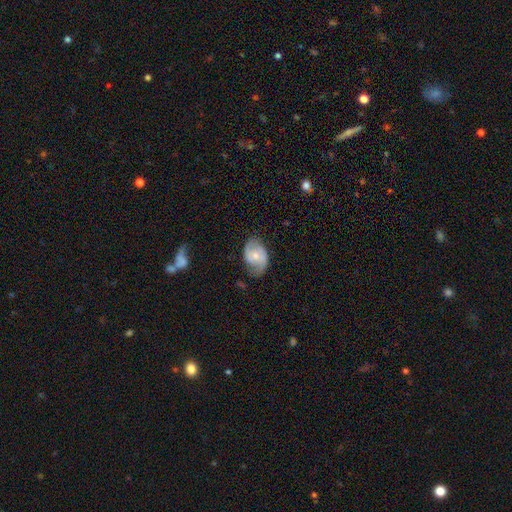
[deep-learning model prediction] Q: Smooth or featured?
A: featured or disk (58%); runner-up: smooth (35%)
Q: Edge-on disk?
A: no (96%); runner-up: yes (4%)
Q: Bar?
A: no (64%); runner-up: weak (29%)
Q: Spiral arms?
A: yes (79%); runner-up: no (21%)
Q: Bulge size?
A: moderate (48%); runner-up: small (47%)
Q: Merging?
A: none (61%); runner-up: minor disturbance (27%)